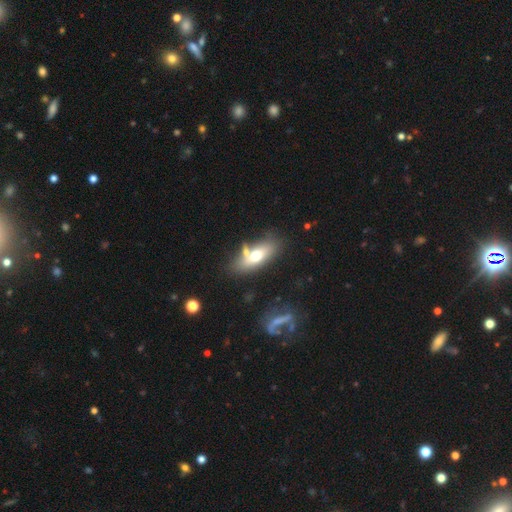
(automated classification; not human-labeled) Smooth or featured: smooth — 62% (featured or disk — 30%)
How rounded: in between — 74% (cigar-shaped — 22%)
Merging: none — 62% (merger — 18%)